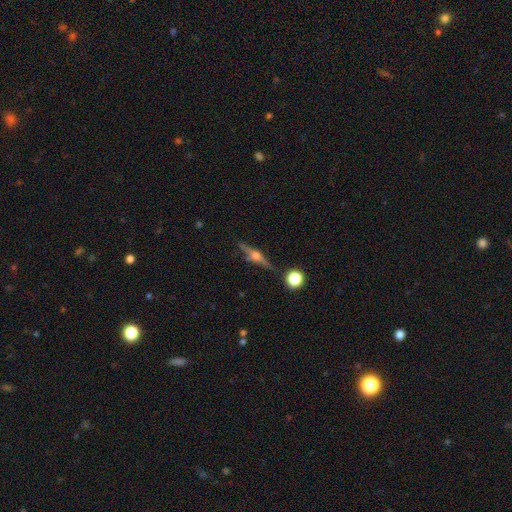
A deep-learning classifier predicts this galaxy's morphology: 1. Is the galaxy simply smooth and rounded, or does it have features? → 75% featured or disk, 16% smooth, 9% star or artifact.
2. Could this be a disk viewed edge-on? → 97% yes, 3% no.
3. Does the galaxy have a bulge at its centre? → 92% rounded, 5% boxy, 2% none.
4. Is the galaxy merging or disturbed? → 84% none, 10% minor disturbance, 4% merger, 3% major disturbance.